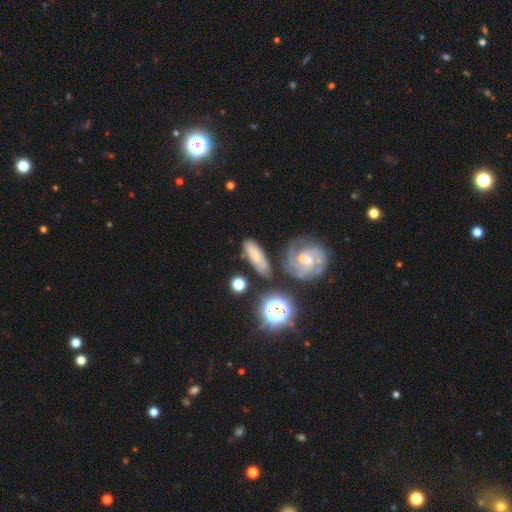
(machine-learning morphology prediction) Smooth or featured: smooth — 50% (featured or disk — 37%)
Merging: none — 65% (minor disturbance — 17%)